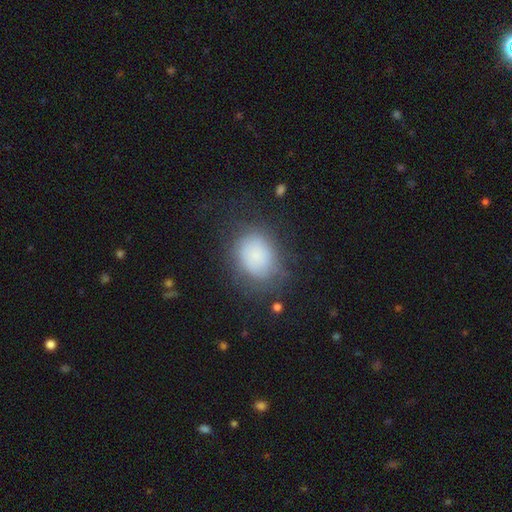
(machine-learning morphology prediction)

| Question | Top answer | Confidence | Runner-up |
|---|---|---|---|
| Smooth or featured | smooth | 73% | featured or disk (17%) |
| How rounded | in between | 51% | round (48%) |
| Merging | none | 60% | minor disturbance (22%) |